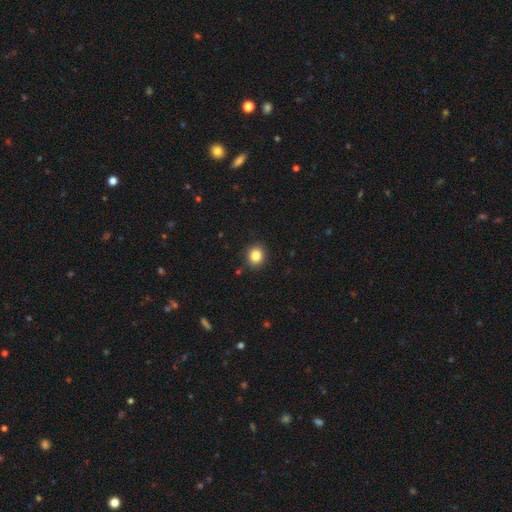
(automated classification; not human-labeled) Smooth or featured? Predicted: smooth (p=0.85). How rounded? Predicted: round (p=0.80). Merging? Predicted: none (p=0.89).